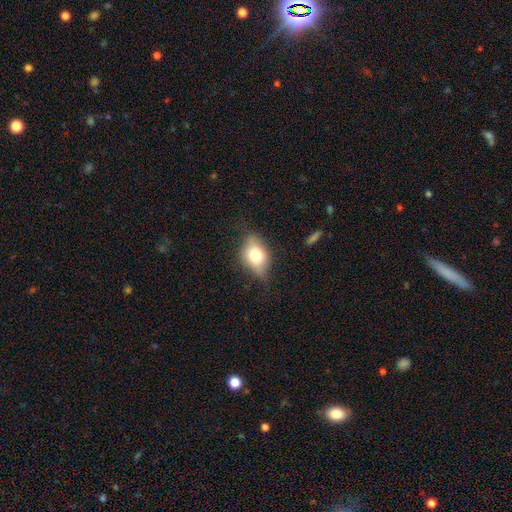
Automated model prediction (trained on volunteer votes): Smooth or featured? Predicted: smooth (p=0.66). How rounded? Predicted: in between (p=0.77). Merging? Predicted: none (p=0.67).